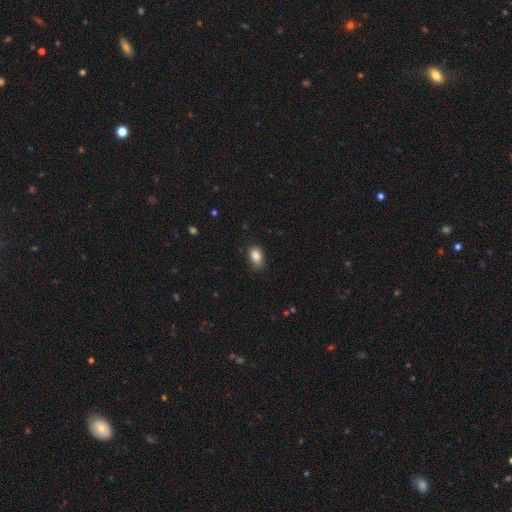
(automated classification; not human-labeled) This is clearly a smooth galaxy (86%). How rounded: clearly in between (86%). Merging: likely none (76%).